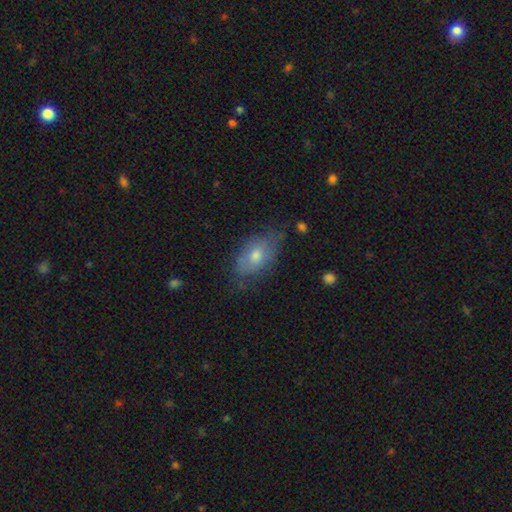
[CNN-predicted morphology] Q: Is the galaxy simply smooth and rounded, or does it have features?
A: smooth — 63%.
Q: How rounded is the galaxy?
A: in between — 89%.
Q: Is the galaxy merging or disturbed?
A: none — 63%.